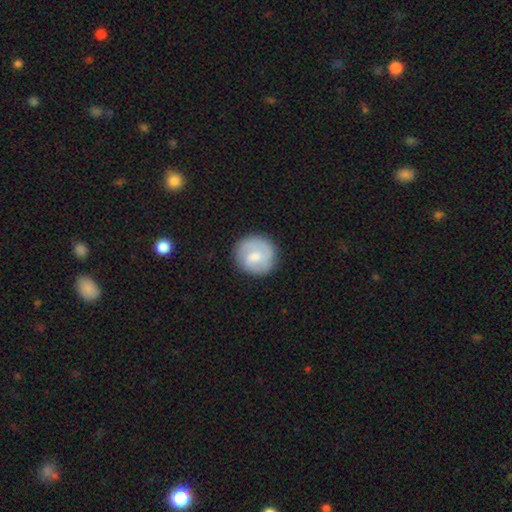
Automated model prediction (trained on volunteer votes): Q: Smooth or featured?
A: smooth (57%); runner-up: featured or disk (37%)
Q: How rounded?
A: round (90%); runner-up: in between (9%)
Q: Merging?
A: none (82%); runner-up: minor disturbance (12%)